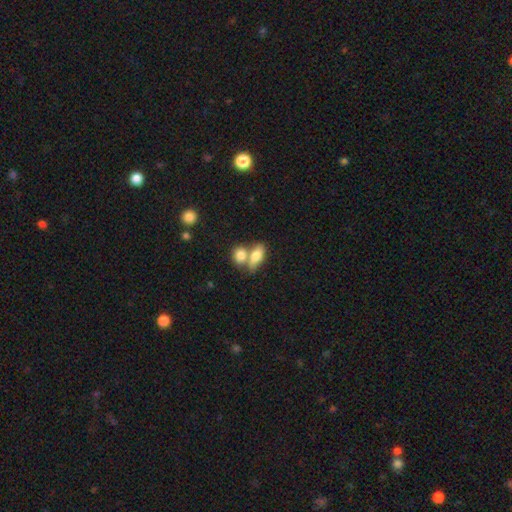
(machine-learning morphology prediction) A smooth galaxy with no disk features (77%) that is in between round and cigar-shaped (80%). Merging: merger (56%).